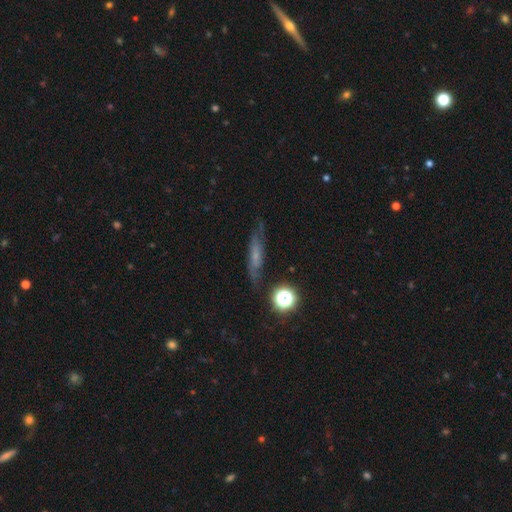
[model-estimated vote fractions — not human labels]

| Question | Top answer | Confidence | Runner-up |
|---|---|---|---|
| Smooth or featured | featured or disk | 47% | smooth (37%) |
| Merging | none | 70% | minor disturbance (20%) |